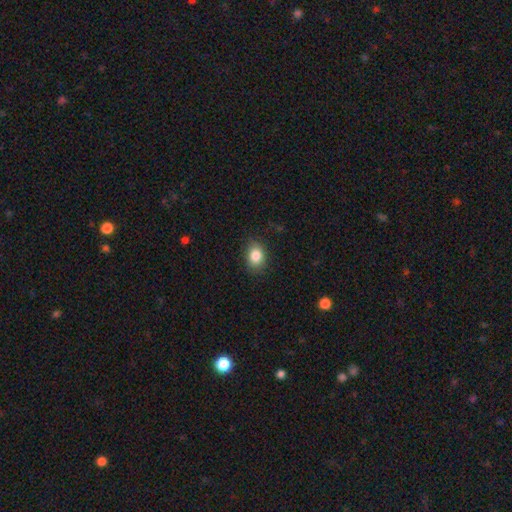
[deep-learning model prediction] smooth-or-featured: smooth: 85% | star or artifact: 9% | featured or disk: 6%
  how-rounded: in between: 64% | round: 35% | cigar-shaped: 1%
  merging: none: 84% | minor disturbance: 12% | major disturbance: 3% | merger: 1%